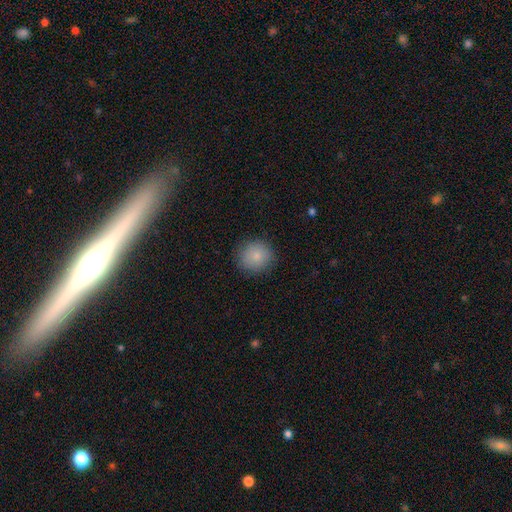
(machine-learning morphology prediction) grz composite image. It shows a smooth galaxy with no disk features (85%) that is round (89%). Merging: none (88%).